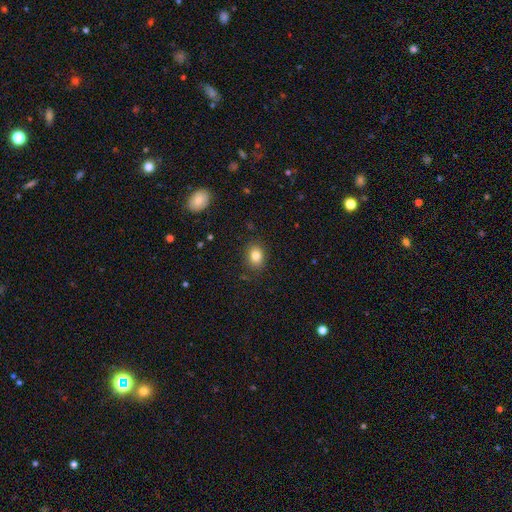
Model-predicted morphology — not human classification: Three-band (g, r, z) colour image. It shows a smooth galaxy with no disk features (83%) that is in between round and cigar-shaped (59%). Merging: none (85%).